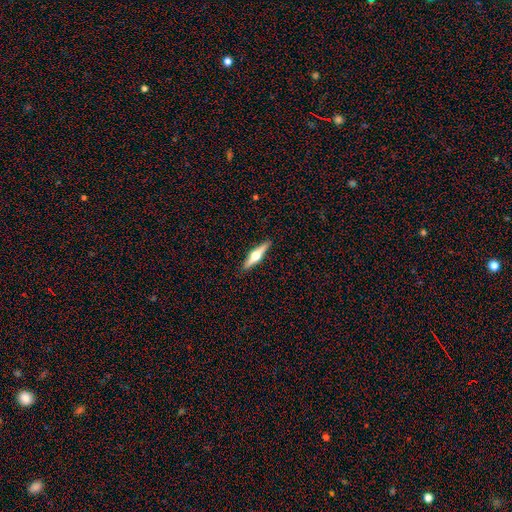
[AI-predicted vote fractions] This is likely a featured or disk galaxy (70%). It is clearly viewed edge-on (97%). Edge-on bulge: clearly rounded (96%). Merging: clearly none (91%).